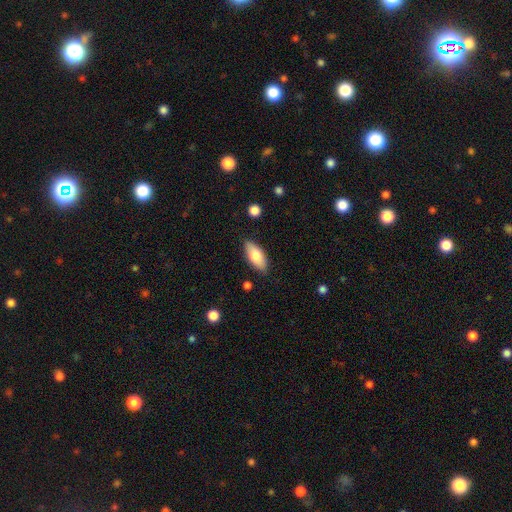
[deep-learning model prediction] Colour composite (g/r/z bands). It shows a smooth galaxy with no disk features (77%) that is in between round and cigar-shaped (85%). Merging: none (85%).